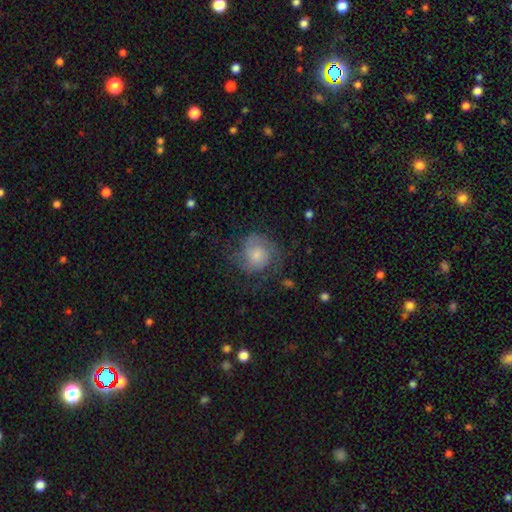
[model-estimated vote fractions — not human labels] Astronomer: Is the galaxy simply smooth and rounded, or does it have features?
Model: featured or disk — 63%.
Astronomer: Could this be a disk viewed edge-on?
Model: no — 98%.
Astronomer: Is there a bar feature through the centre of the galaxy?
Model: no — 73%.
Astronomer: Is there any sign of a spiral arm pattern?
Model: yes — 90%.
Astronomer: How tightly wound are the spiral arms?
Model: tight — 49% (runner-up: medium, 37%).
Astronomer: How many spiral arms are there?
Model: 2 — 50%.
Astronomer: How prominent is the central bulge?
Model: moderate — 41% (runner-up: small, 40%).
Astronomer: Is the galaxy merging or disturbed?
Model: none — 65%.